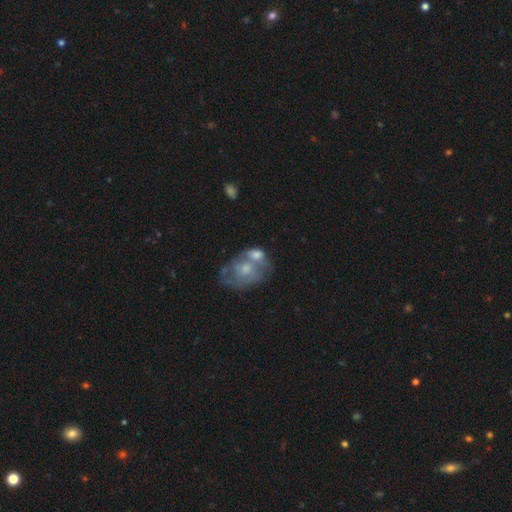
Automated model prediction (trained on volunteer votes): featured or disk 51%, smooth 40%, star or artifact 9%. Down the decision tree: edge-on disk — no (96%); merging — merger (47%).